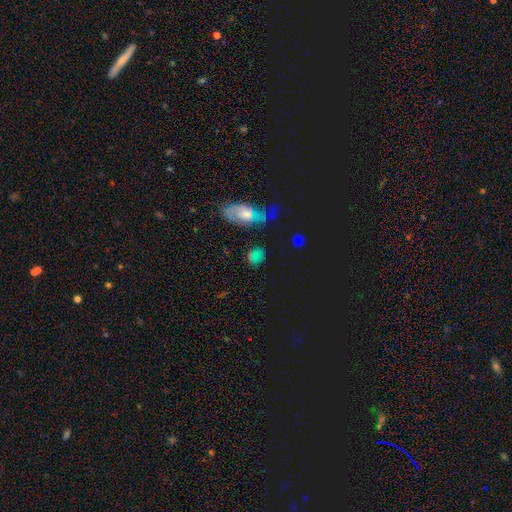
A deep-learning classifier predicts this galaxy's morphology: smooth 52%, star or artifact 32%, featured or disk 17%. Down the decision tree: how rounded — round (59%); merging — none (73%).